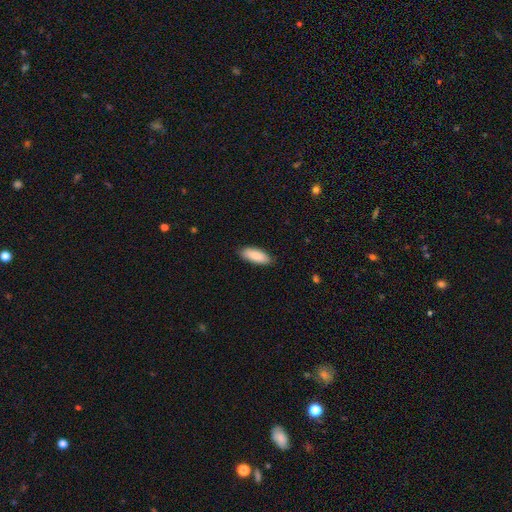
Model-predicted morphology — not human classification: Smooth or featured? smooth (89%)
How rounded? in between (74%)
Merging? none (87%)